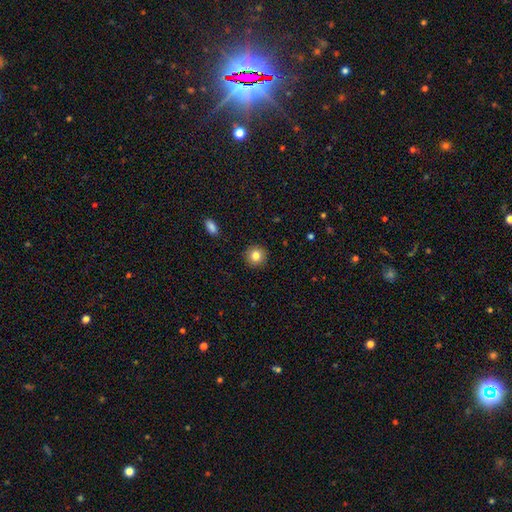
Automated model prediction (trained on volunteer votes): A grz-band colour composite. It shows a smooth galaxy with no disk features (83%) that is round (93%). Merging: none (91%).